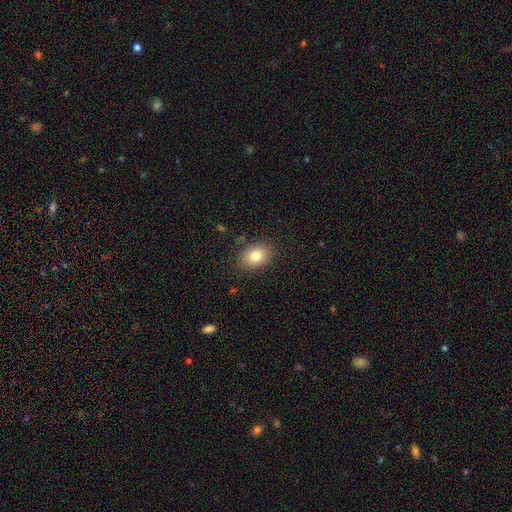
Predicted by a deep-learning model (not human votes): This appears to be a smooth galaxy with no disk features (81%) that is in between round and cigar-shaped (76%). Merging: none (85%).